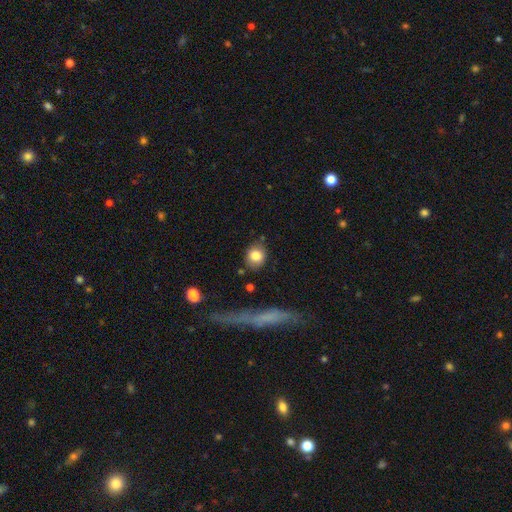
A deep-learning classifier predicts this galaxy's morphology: type=smooth (81%); roundness=round (74%); merging=none (79%).